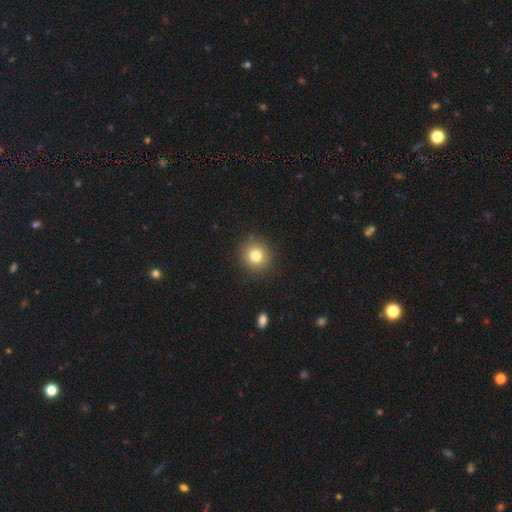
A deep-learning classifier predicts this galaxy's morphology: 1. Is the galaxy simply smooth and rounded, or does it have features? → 81% smooth, 12% star or artifact, 8% featured or disk.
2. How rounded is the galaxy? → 90% round, 9% in between, 1% cigar-shaped.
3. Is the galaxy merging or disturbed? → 90% none, 7% minor disturbance, 2% major disturbance, 1% merger.